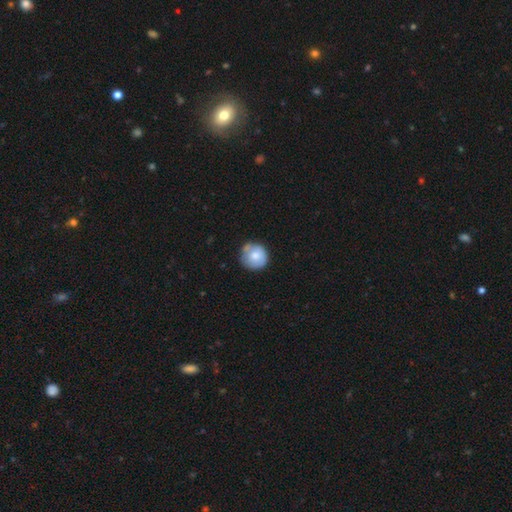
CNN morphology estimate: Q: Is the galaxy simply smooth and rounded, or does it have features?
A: smooth — 74%.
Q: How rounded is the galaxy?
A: round — 92%.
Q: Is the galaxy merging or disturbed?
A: none — 68%.